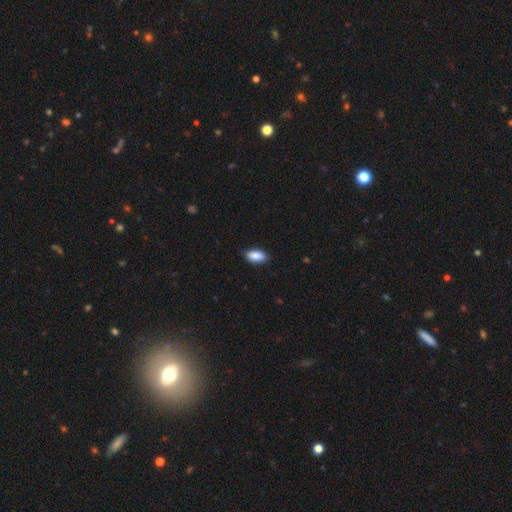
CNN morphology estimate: A smooth galaxy with no disk features (89%) that is in between round and cigar-shaped (92%).

Vote fractions:
- Smooth or featured? smooth: 89% / star or artifact: 7% / featured or disk: 5%
- How rounded? in between: 92% / cigar-shaped: 5% / round: 3%
- Merging? none: 88% / minor disturbance: 10% / major disturbance: 2% / merger: 1%